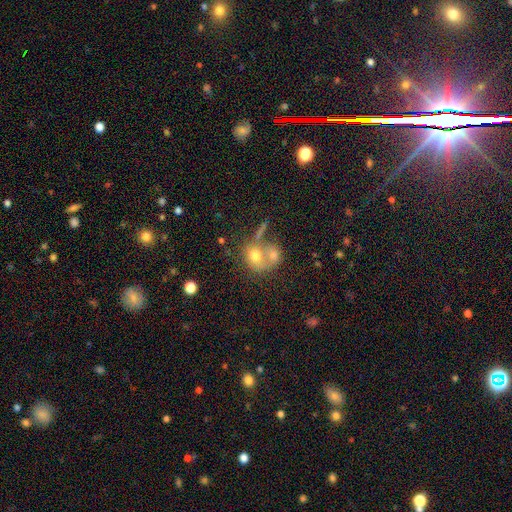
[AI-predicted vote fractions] smooth-or-featured: smooth: 62% | featured or disk: 26% | star or artifact: 11%
  how-rounded: round: 59% | in between: 40% | cigar-shaped: 2%
  merging: merger: 61% | none: 22% | minor disturbance: 8% | major disturbance: 8%